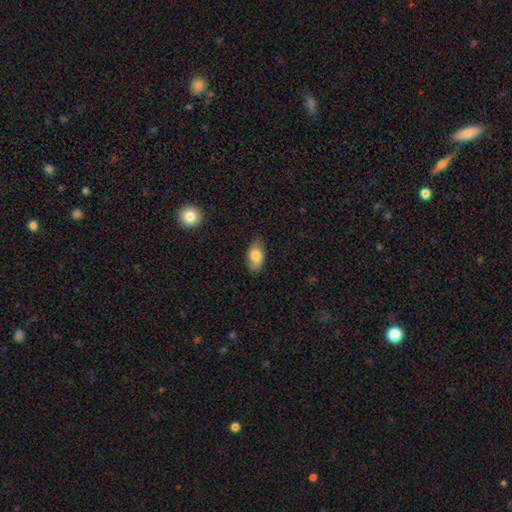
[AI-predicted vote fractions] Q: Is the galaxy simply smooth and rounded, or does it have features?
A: smooth — 80%.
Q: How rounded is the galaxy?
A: in between — 92%.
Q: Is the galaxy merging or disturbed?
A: none — 78%.